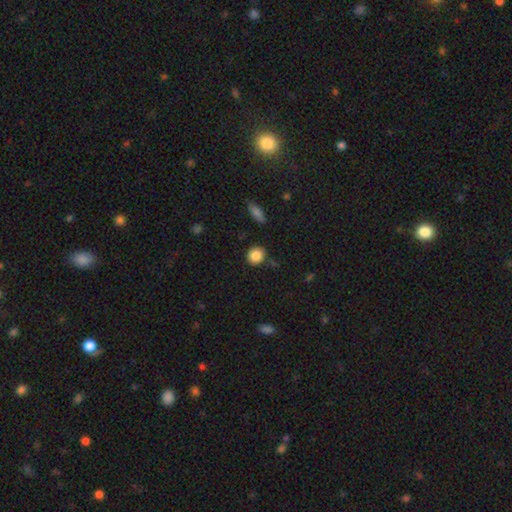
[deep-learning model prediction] A smooth galaxy with no disk features (87%) that is round (79%).

Vote fractions:
- Smooth or featured? smooth: 87% / star or artifact: 9% / featured or disk: 4%
- How rounded? round: 79% / in between: 20% / cigar-shaped: 1%
- Merging? none: 85% / minor disturbance: 9% / merger: 3% / major disturbance: 2%